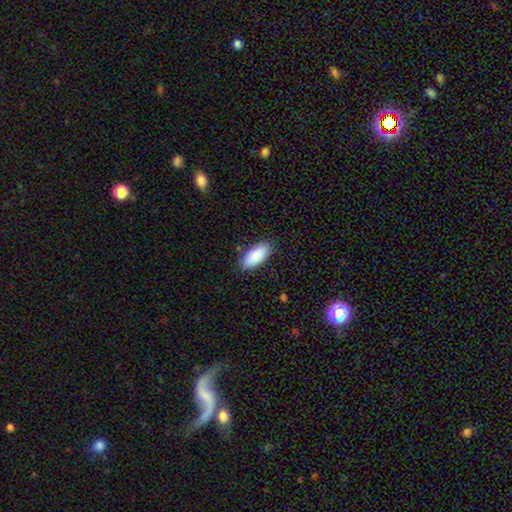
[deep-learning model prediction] Smooth or featured?
  - smooth: 89% *
  - star or artifact: 6%
  - featured or disk: 5%
How rounded?
  - in between: 90% *
  - cigar-shaped: 8%
  - round: 2%
Merging?
  - none: 85% *
  - minor disturbance: 11%
  - major disturbance: 2%
  - merger: 1%